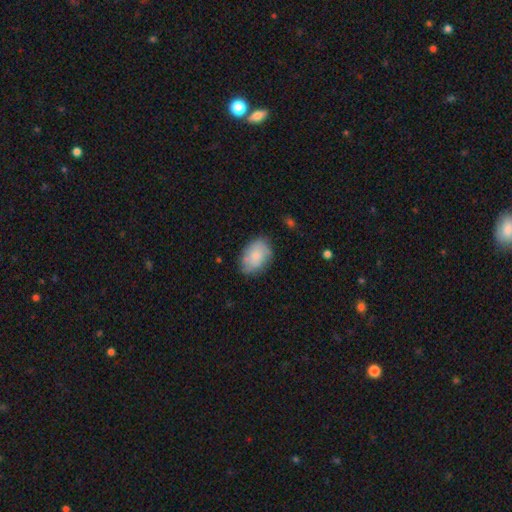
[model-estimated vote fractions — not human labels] Morphology: type=smooth (77%); roundness=in between (87%); merging=none (74%).